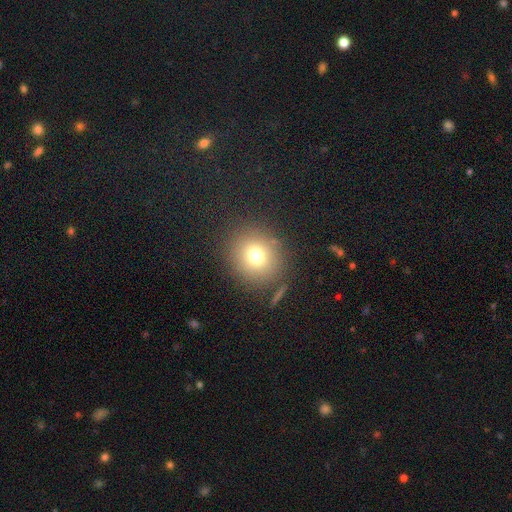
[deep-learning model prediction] Smooth or featured? Predicted: smooth (p=0.73). How rounded? Predicted: round (p=0.86). Merging? Predicted: none (p=0.84).